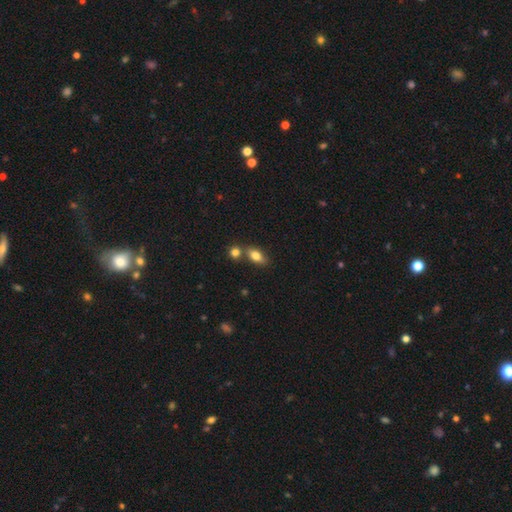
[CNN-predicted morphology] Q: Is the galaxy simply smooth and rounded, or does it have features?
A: smooth — 79%.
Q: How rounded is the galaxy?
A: in between — 81%.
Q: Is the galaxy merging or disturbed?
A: none — 59%.